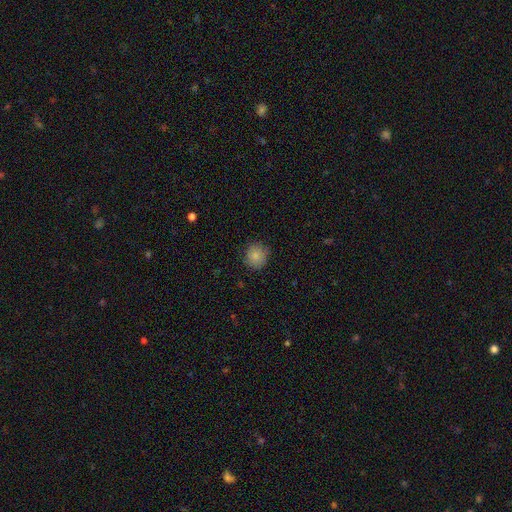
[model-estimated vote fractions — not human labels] smooth_or_featured: smooth (p=0.83) [alt: star or artifact p=0.10]
how_rounded: round (p=0.90) [alt: in between p=0.09]
merging: none (p=0.83) [alt: minor disturbance p=0.13]